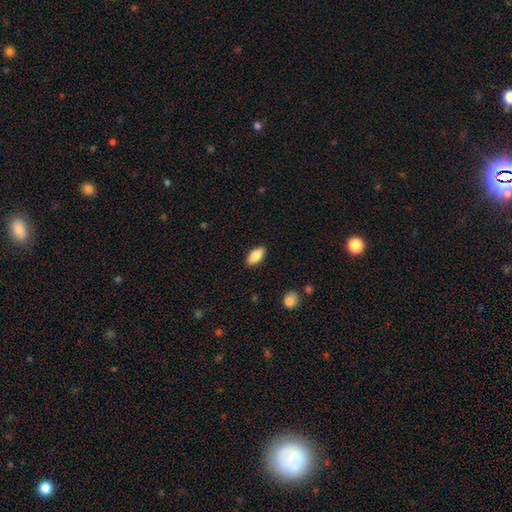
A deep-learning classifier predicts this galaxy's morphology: Smooth or featured? smooth (82%)
How rounded? in between (88%)
Merging? none (88%)